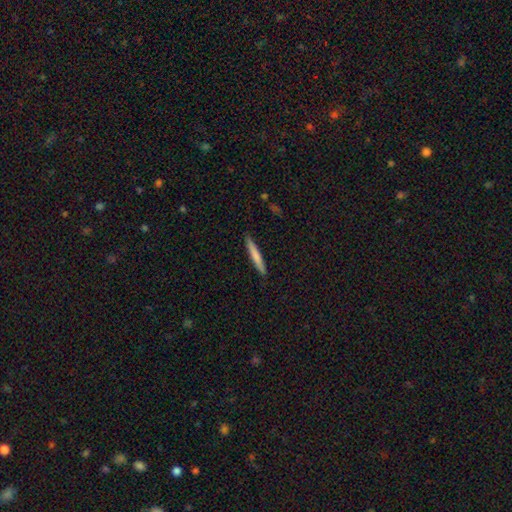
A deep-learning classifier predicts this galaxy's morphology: type=smooth (73%); roundness=cigar-shaped (95%); merging=none (91%).